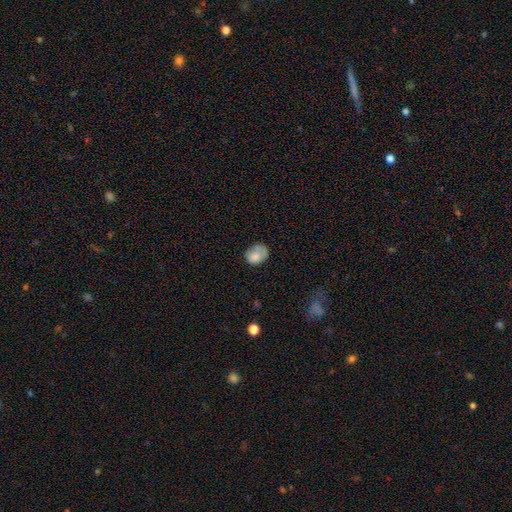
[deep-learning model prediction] The model was most divided on "how rounded": in between: 56%, round: 43%, cigar-shaped: 1%. Remaining: smooth or featured — smooth (77%); merging — none (50%).